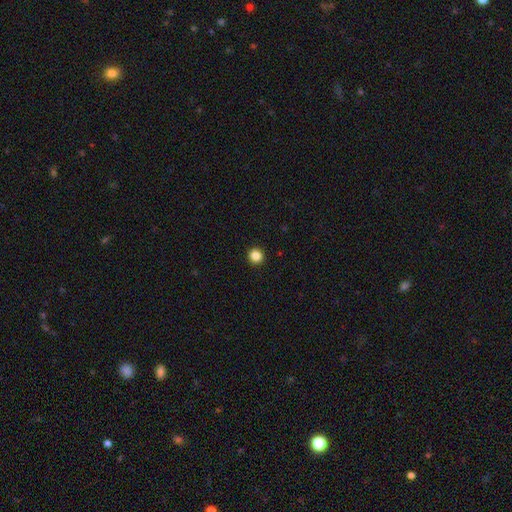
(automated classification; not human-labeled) This is clearly a smooth galaxy (86%). How rounded: clearly round (94%). Merging: clearly none (94%).